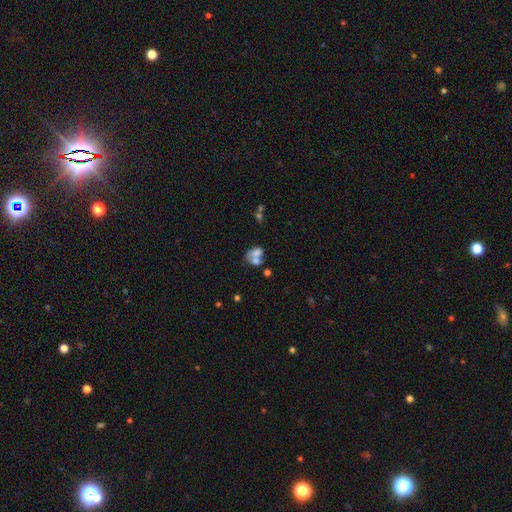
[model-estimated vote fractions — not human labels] smooth-or-featured: smooth: 60% | featured or disk: 28% | star or artifact: 12%
  how-rounded: in between: 68% | round: 31% | cigar-shaped: 1%
  merging: merger: 60% | none: 21% | minor disturbance: 10% | major disturbance: 9%